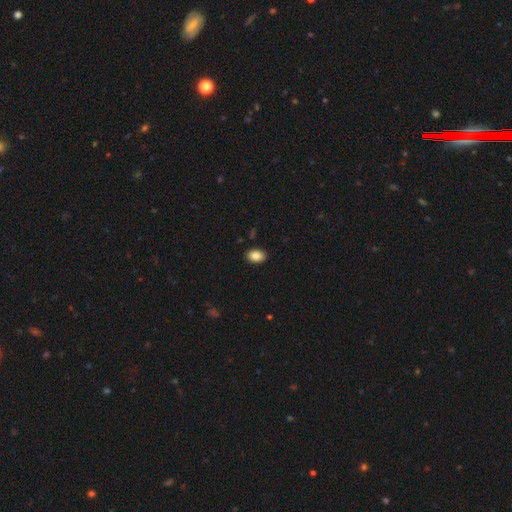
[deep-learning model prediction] Smooth or featured? Predicted: smooth (p=0.86). How rounded? Predicted: in between (p=0.84). Merging? Predicted: none (p=0.90).